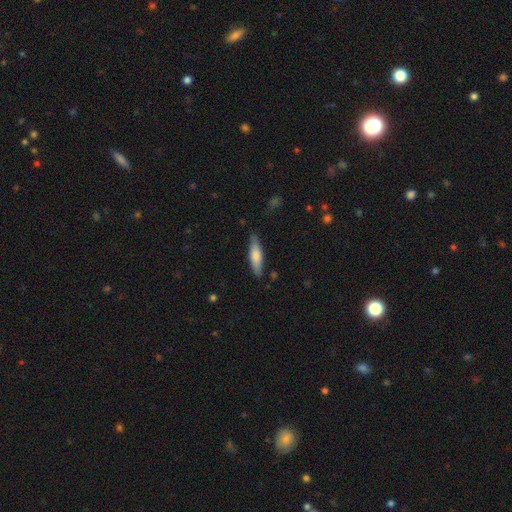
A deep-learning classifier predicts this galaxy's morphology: Q: Smooth or featured?
A: smooth (69%); runner-up: featured or disk (26%)
Q: How rounded?
A: cigar-shaped (67%); runner-up: in between (32%)
Q: Merging?
A: none (83%); runner-up: minor disturbance (14%)